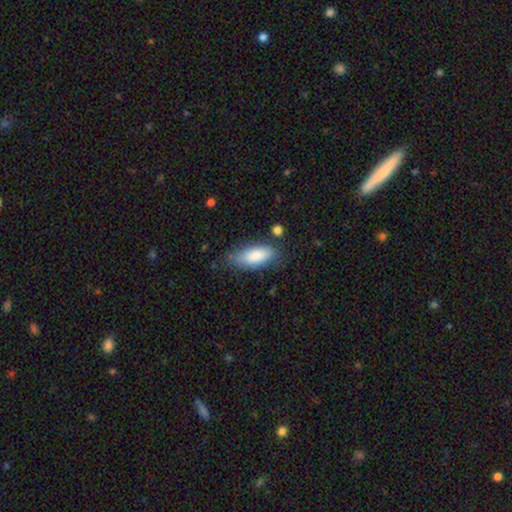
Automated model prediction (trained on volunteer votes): This appears to be a smooth galaxy with no disk features (84%) that is in between round and cigar-shaped (83%). Merging: none (69%).